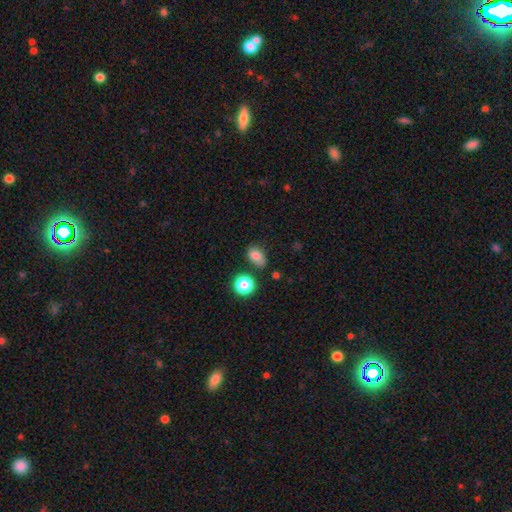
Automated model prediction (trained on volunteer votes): Smooth or featured: smooth — 79% (star or artifact — 12%)
How rounded: in between — 76% (round — 23%)
Merging: none — 60% (minor disturbance — 25%)